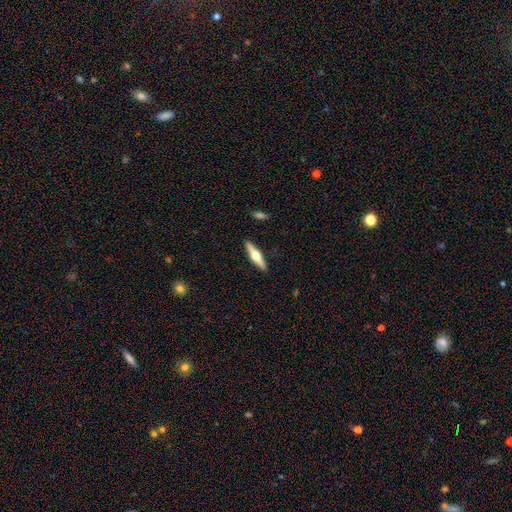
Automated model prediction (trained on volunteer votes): This appears to be a featured or disk galaxy (60%) viewed edge-on (96%) with a rounded central bulge (94%). Merging: none (90%).